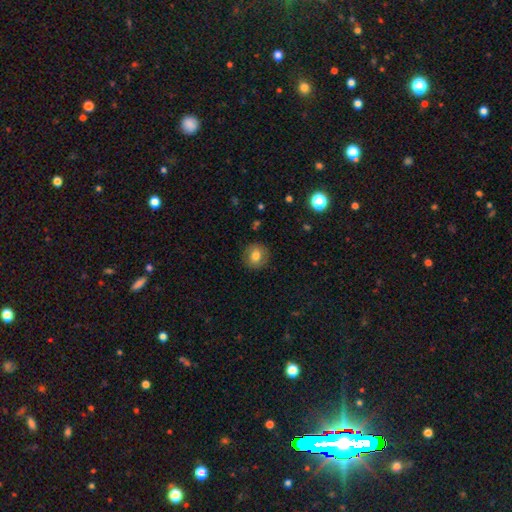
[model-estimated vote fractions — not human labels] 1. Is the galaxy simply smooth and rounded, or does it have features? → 71% smooth, 19% featured or disk, 10% star or artifact.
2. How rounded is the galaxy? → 84% round, 15% in between, 1% cigar-shaped.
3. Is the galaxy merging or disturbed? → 87% none, 9% minor disturbance, 3% major disturbance, 1% merger.